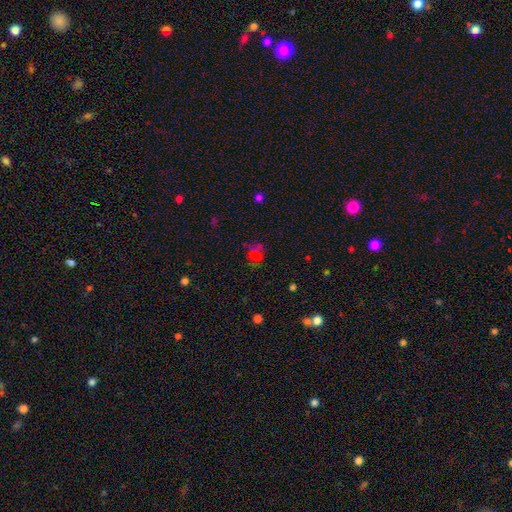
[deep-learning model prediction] This is possibly a smooth galaxy (51%). How rounded: possibly round (55%). Merging: likely none (61%).